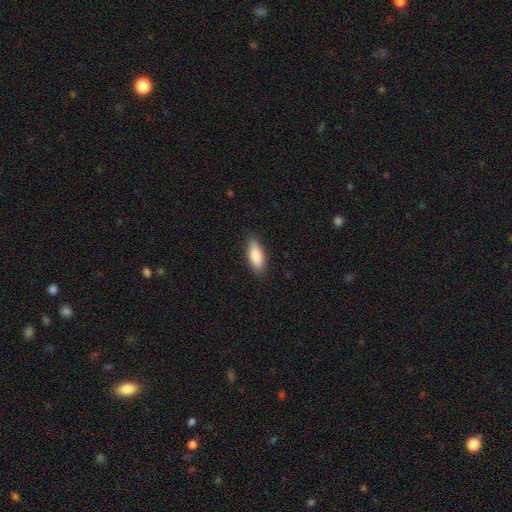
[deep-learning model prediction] A smooth galaxy with no disk features (84%) that is in between round and cigar-shaped (74%). Merging: none (85%).